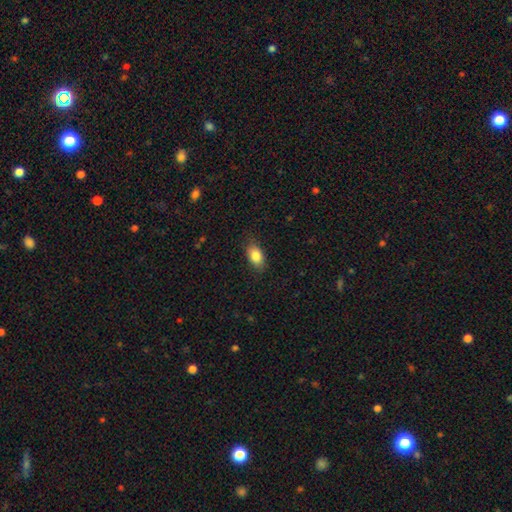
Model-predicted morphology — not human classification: smooth-or-featured: smooth: 85% | star or artifact: 8% | featured or disk: 8%
  how-rounded: in between: 88% | round: 9% | cigar-shaped: 3%
  merging: none: 82% | minor disturbance: 14% | major disturbance: 3% | merger: 1%